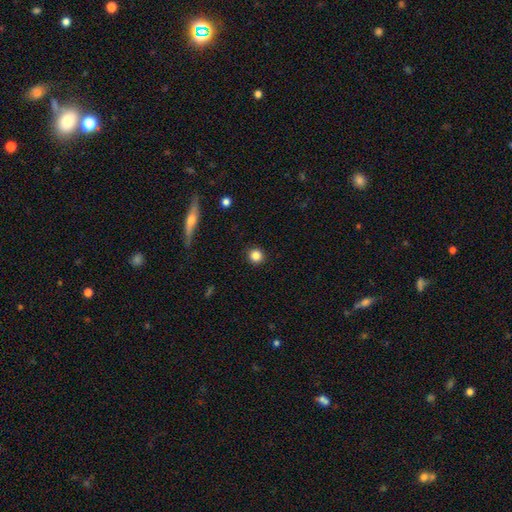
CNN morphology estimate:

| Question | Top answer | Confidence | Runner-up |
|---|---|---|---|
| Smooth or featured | smooth | 84% | star or artifact (11%) |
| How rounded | round | 94% | in between (4%) |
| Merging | none | 92% | minor disturbance (5%) |